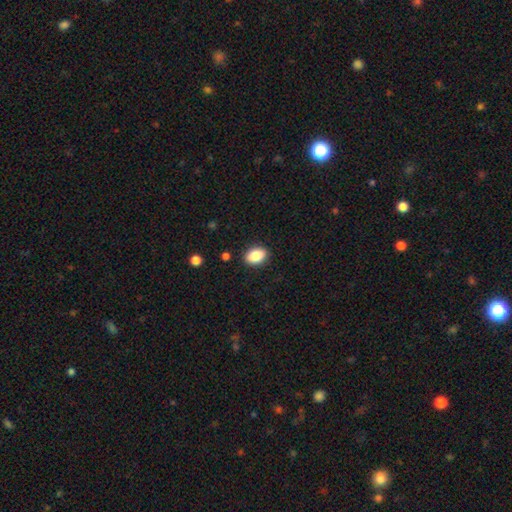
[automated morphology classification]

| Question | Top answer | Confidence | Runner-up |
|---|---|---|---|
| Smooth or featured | smooth | 87% | star or artifact (8%) |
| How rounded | in between | 83% | round (16%) |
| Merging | none | 89% | minor disturbance (8%) |